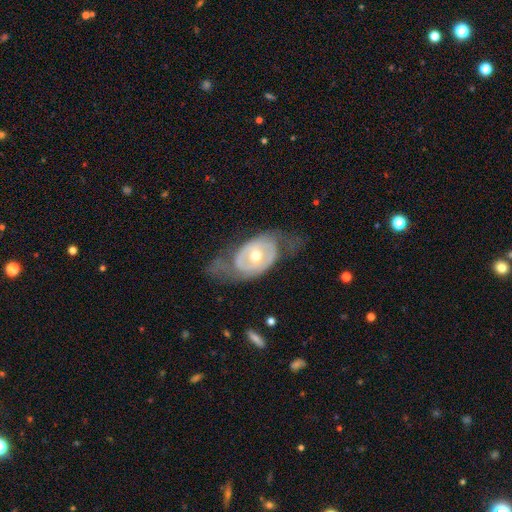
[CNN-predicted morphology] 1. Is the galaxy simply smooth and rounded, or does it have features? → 73% featured or disk, 22% smooth, 5% star or artifact.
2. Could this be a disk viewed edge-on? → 92% no, 8% yes.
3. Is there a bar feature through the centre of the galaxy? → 69% no, 22% weak, 9% strong.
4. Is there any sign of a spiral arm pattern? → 52% yes, 48% no.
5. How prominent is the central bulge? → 68% moderate, 26% small, 5% large, 1% dominant, 1% none.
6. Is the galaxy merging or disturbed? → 48% none, 28% major disturbance, 22% minor disturbance, 2% merger.